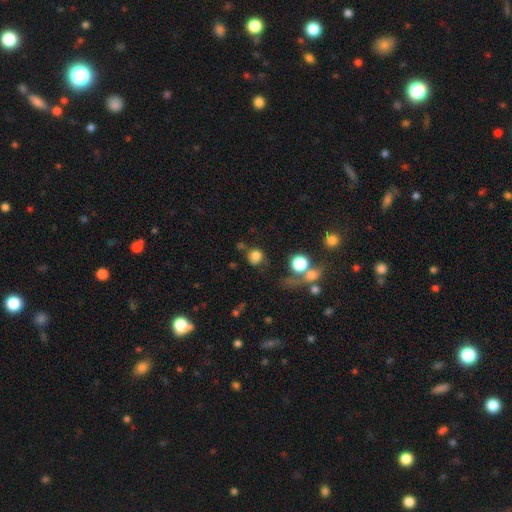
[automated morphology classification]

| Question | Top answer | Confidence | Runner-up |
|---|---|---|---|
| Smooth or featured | smooth | 80% | star or artifact (13%) |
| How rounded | round | 86% | in between (13%) |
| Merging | none | 64% | minor disturbance (16%) |